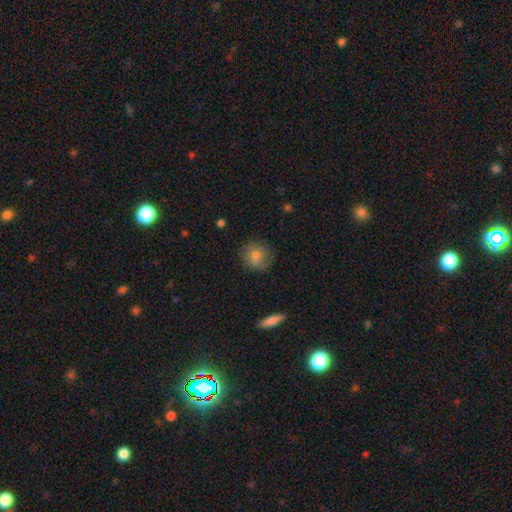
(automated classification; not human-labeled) Smooth or featured? smooth (72%)
How rounded? round (76%)
Merging? none (74%)